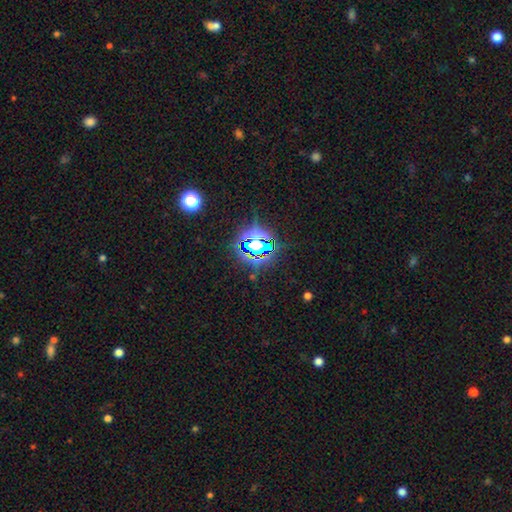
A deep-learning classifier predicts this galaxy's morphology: smooth_or_featured: star or artifact (p=0.77) [alt: smooth p=0.15]